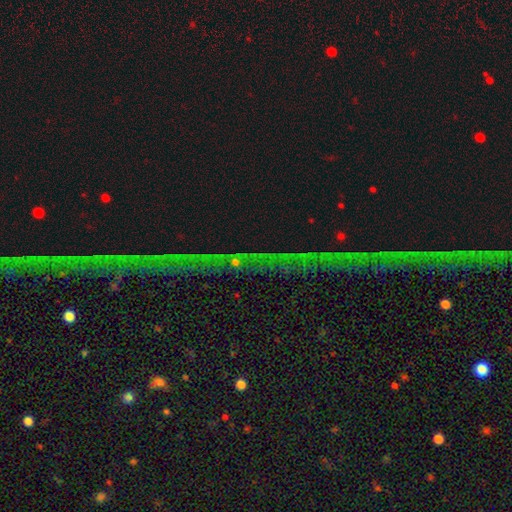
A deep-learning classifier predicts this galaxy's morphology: smooth_or_featured: star or artifact (p=0.69) [alt: featured or disk p=0.17]